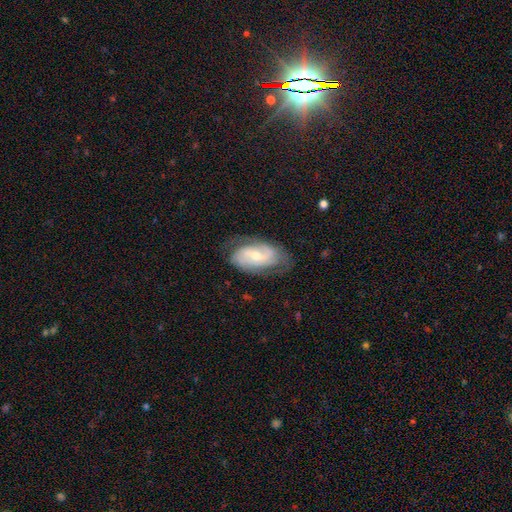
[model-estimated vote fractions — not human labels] smooth_or_featured: featured or disk (p=0.74) [alt: smooth p=0.20]
disk_edge_on: no (p=0.95) [alt: yes p=0.05]
bar: no (p=0.45) [alt: weak p=0.42]
has_spiral_arms: yes (p=0.89) [alt: no p=0.11]
spiral_winding: tight (p=0.41) [alt: medium p=0.40]
spiral_arm_count: 2 (p=0.65) [alt: can't tell p=0.22]
bulge_size: moderate (p=0.49) [alt: small p=0.46]
merging: none (p=0.67) [alt: minor disturbance p=0.22]